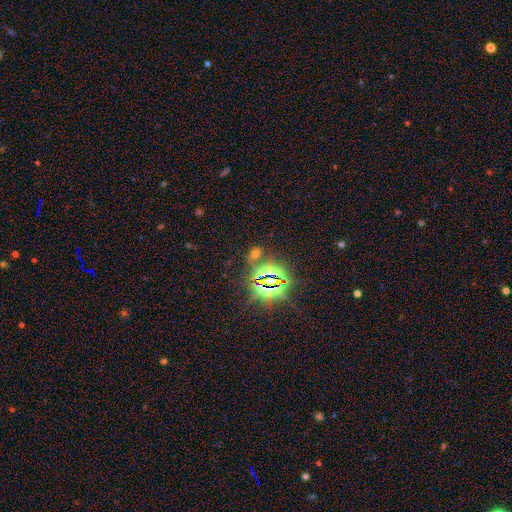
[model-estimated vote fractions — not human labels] The model was most divided on "smooth or featured": star or artifact: 81%, smooth: 12%, featured or disk: 8%.